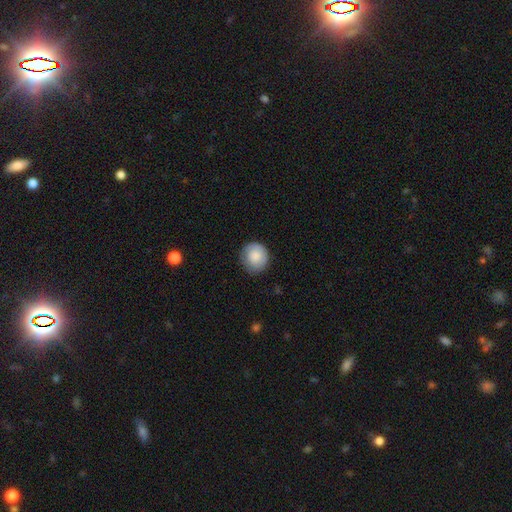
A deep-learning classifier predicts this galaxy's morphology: smooth_or_featured: smooth (p=0.83) [alt: featured or disk p=0.11]
how_rounded: round (p=0.84) [alt: in between p=0.15]
merging: none (p=0.77) [alt: minor disturbance p=0.18]